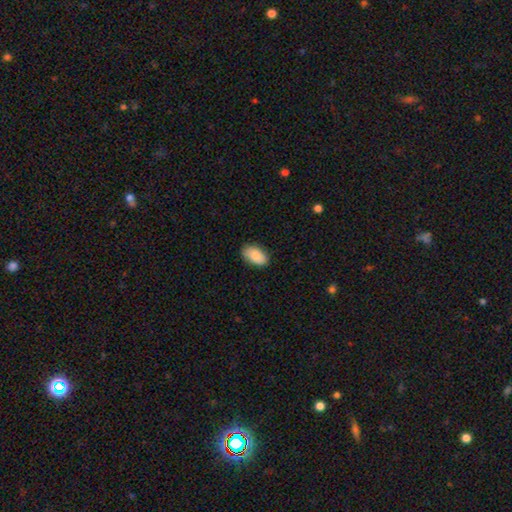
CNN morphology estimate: smooth-or-featured: smooth: 86% | featured or disk: 8% | star or artifact: 6%
  how-rounded: in between: 93% | round: 6% | cigar-shaped: 1%
  merging: none: 84% | minor disturbance: 12% | major disturbance: 2% | merger: 1%